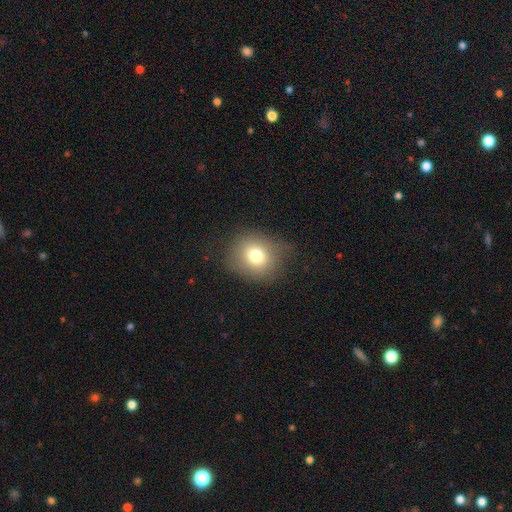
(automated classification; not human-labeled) smooth_or_featured: smooth (p=0.75) [alt: featured or disk p=0.13]
how_rounded: round (p=0.77) [alt: in between p=0.22]
merging: none (p=0.73) [alt: minor disturbance p=0.19]